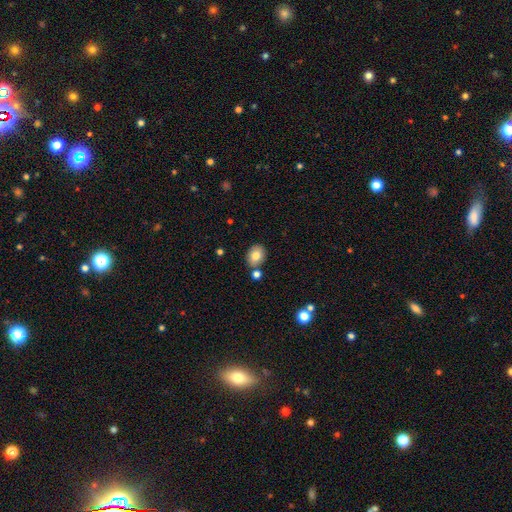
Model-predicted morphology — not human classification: A smooth galaxy with no disk features (78%) that is in between round and cigar-shaped (55%).

Vote fractions:
- Smooth or featured? smooth: 78% / featured or disk: 12% / star or artifact: 9%
- How rounded? in between: 55% / round: 44% / cigar-shaped: 1%
- Merging? none: 76% / minor disturbance: 11% / merger: 11% / major disturbance: 3%